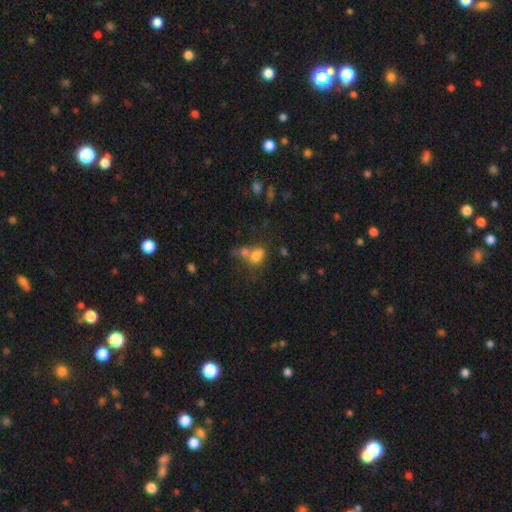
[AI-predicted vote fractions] This is likely a smooth galaxy (72%). How rounded: likely in between (62%). Merging: possibly merger (50%).